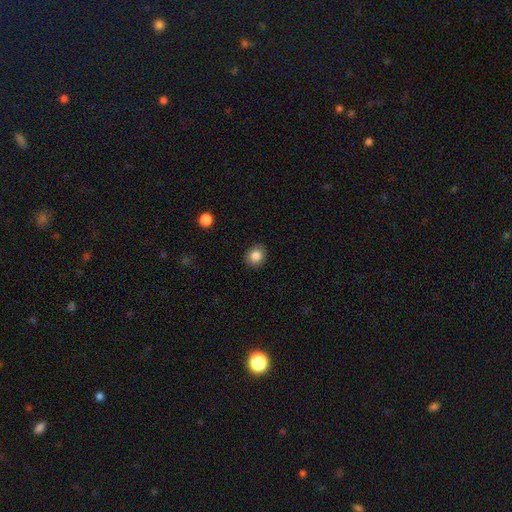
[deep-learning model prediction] Smooth or featured? Predicted: smooth (p=0.85). How rounded? Predicted: round (p=0.71). Merging? Predicted: none (p=0.89).